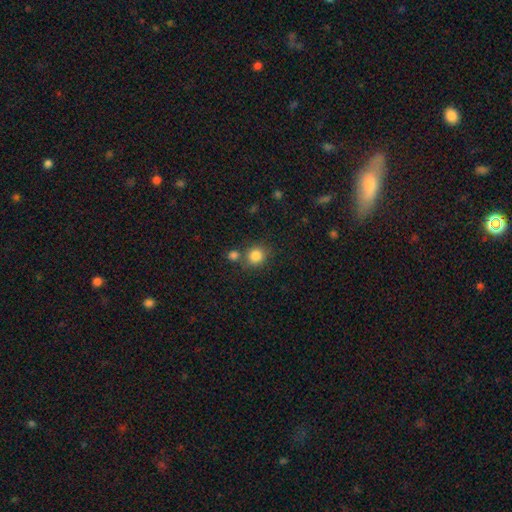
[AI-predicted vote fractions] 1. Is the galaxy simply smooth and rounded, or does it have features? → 85% smooth, 10% star or artifact, 5% featured or disk.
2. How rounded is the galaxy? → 85% round, 14% in between, 1% cigar-shaped.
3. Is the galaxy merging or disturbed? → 68% none, 18% merger, 10% minor disturbance, 4% major disturbance.